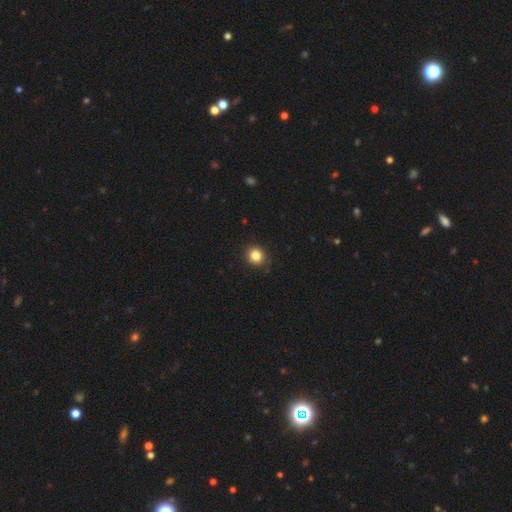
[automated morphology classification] A smooth galaxy with no disk features (84%) that is round (88%). Merging: none (89%).